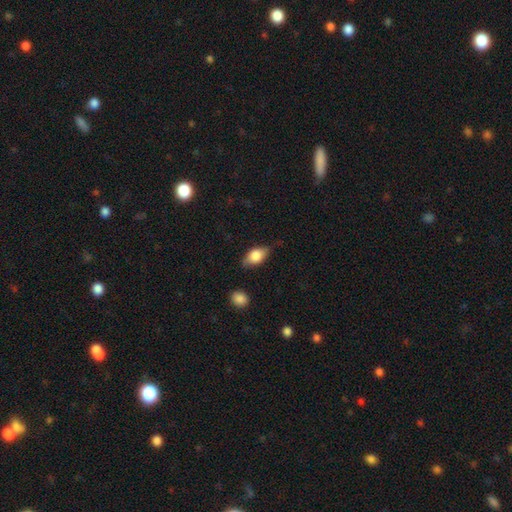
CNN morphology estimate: Overall: smooth (73%). How rounded: in between (85%). Merging: none (74%).